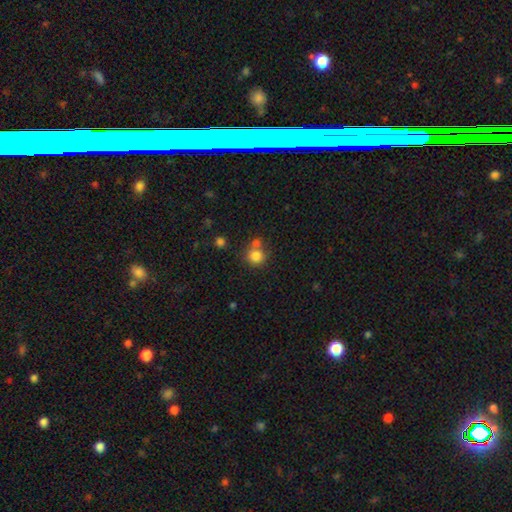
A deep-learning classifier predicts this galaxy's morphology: This appears to be a smooth galaxy with no disk features (82%) that is round (87%). Merging: none (58%).